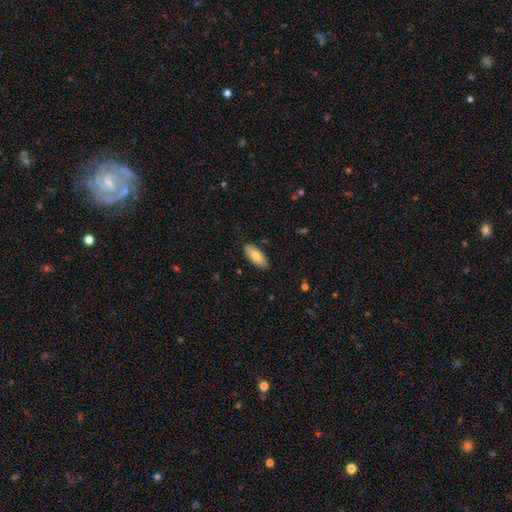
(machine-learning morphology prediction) Q: Smooth or featured?
A: smooth (77%); runner-up: featured or disk (17%)
Q: How rounded?
A: in between (83%); runner-up: cigar-shaped (15%)
Q: Merging?
A: none (87%); runner-up: minor disturbance (10%)